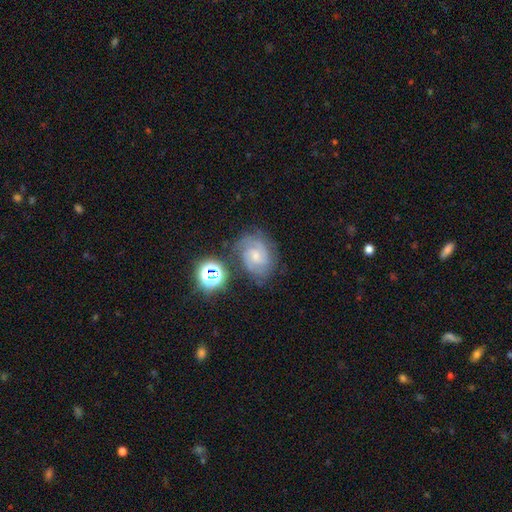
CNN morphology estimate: The model was most divided on "spiral winding": medium: 46%, tight: 45%, loose: 9%. Remaining: edge-on disk — no (98%); spiral arms — yes (96%); smooth or featured — featured or disk (77%); merging — none (69%); spiral arm count — 2 (61%); bulge size — small (54%); bar — weak (47%).